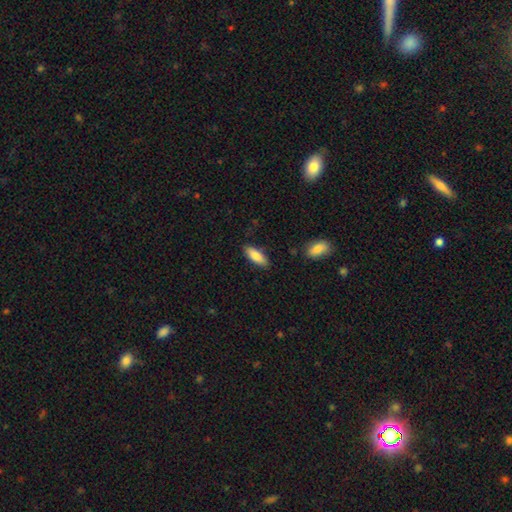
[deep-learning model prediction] Smooth or featured?
  - smooth: 84% *
  - featured or disk: 10%
  - star or artifact: 6%
How rounded?
  - in between: 70% *
  - cigar-shaped: 28%
  - round: 2%
Merging?
  - none: 84% *
  - minor disturbance: 12%
  - major disturbance: 2%
  - merger: 2%